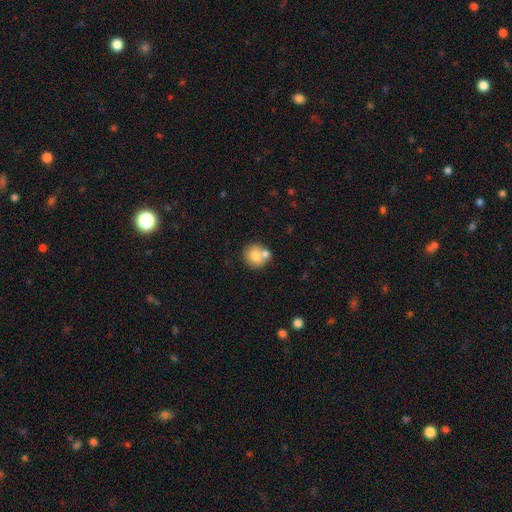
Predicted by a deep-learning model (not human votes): Morphology: type=smooth (76%); roundness=round (85%); merging=none (54%).